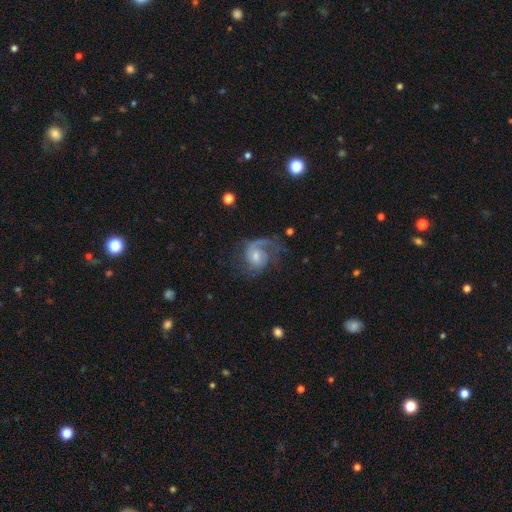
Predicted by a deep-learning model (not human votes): Smooth or featured? featured or disk (80%)
Edge-on disk? no (98%)
Bar? no (56%)
Spiral arms? yes (93%)
Spiral winding? medium (45%)
Spiral arm count? 1 (58%)
Bulge size? moderate (45%)
Merging? none (50%)